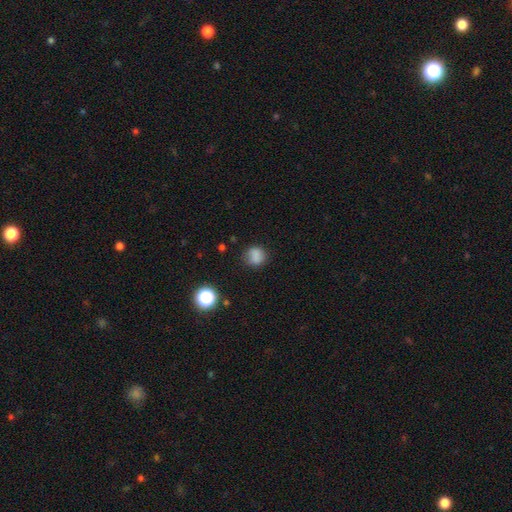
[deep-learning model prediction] smooth_or_featured: smooth (p=0.81) [alt: star or artifact p=0.13]
how_rounded: round (p=0.77) [alt: in between p=0.22]
merging: none (p=0.75) [alt: minor disturbance p=0.17]